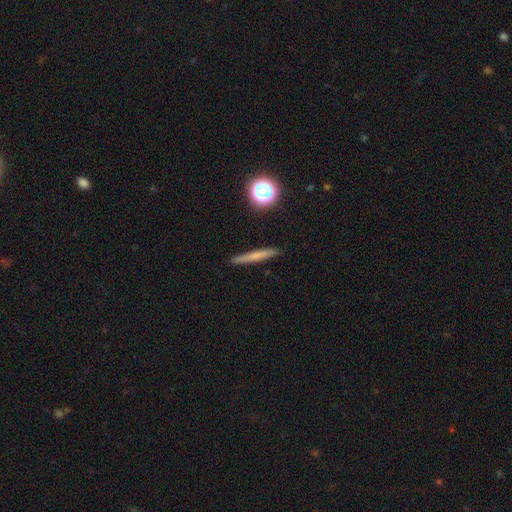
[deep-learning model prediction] Smooth or featured?
  - smooth: 56% *
  - featured or disk: 34%
  - star or artifact: 10%
How rounded?
  - cigar-shaped: 92% *
  - round: 4%
  - in between: 4%
Merging?
  - none: 90% *
  - minor disturbance: 7%
  - major disturbance: 2%
  - merger: 1%